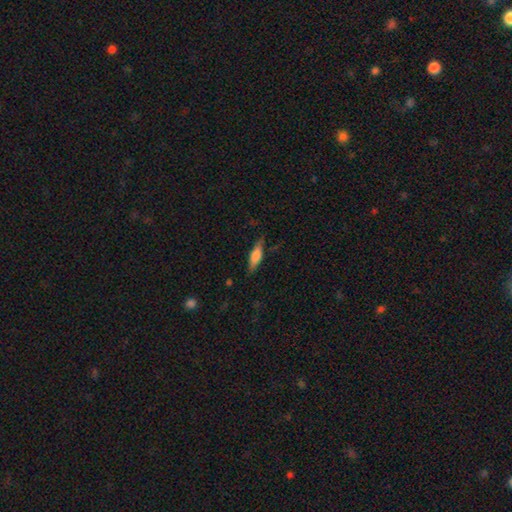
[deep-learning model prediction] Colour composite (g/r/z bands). It shows a smooth galaxy with no disk features (54%) that is cigar-shaped (58%). Merging: none (79%).